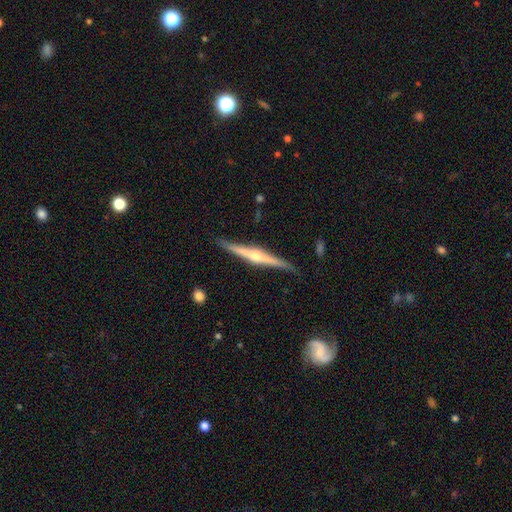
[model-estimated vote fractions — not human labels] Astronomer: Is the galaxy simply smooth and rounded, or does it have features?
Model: featured or disk — 82%.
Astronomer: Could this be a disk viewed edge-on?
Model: yes — 98%.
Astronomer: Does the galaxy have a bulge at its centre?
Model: rounded — 91%.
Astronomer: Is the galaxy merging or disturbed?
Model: none — 88%.